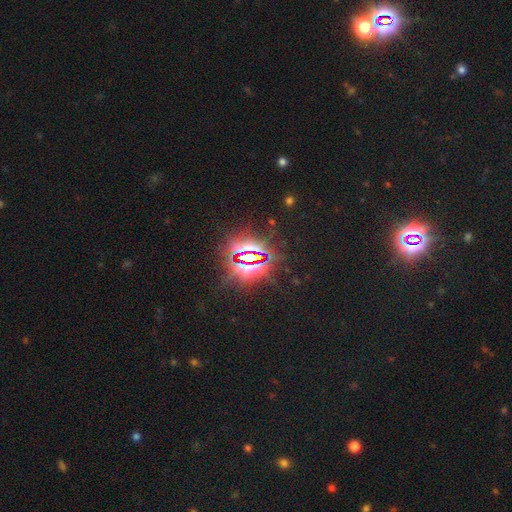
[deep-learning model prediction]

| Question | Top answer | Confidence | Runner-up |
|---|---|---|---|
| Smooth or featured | star or artifact | 84% | smooth (8%) |